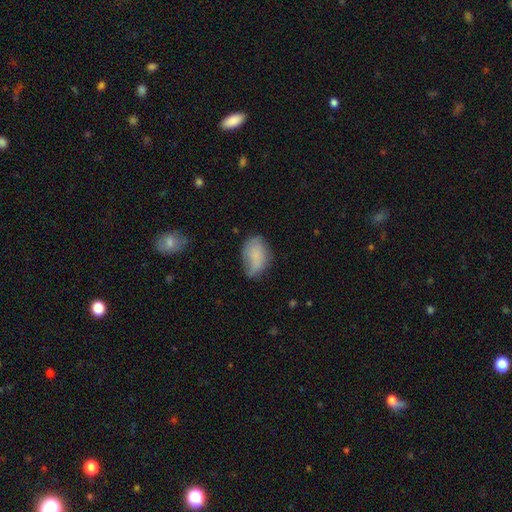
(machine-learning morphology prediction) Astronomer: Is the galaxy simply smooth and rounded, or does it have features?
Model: smooth — 75%.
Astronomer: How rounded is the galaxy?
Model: in between — 89%.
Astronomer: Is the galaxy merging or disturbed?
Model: none — 47% (runner-up: minor disturbance, 36%).